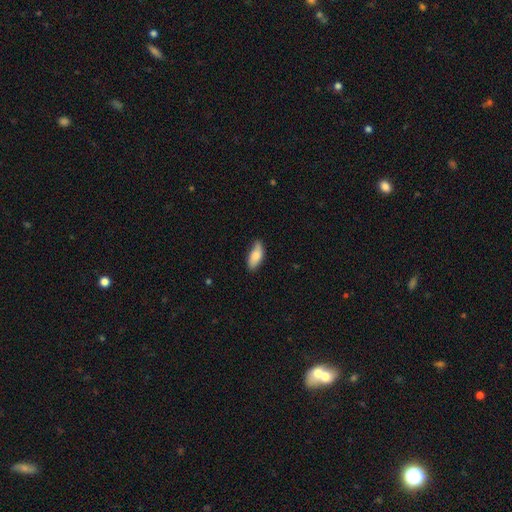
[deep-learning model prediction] smooth-or-featured: smooth: 81% | featured or disk: 13% | star or artifact: 6%
  how-rounded: in between: 80% | cigar-shaped: 18% | round: 2%
  merging: none: 70% | minor disturbance: 25% | major disturbance: 4% | merger: 2%